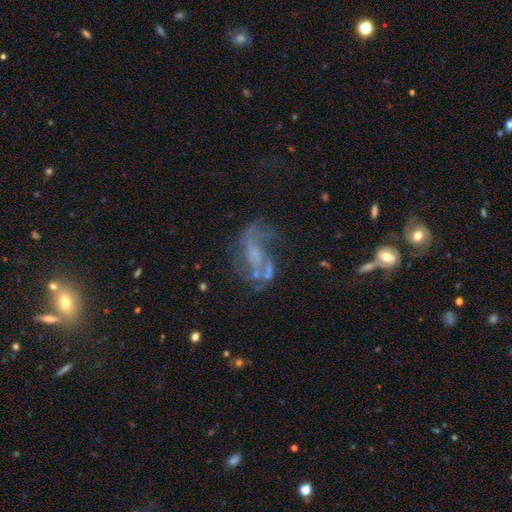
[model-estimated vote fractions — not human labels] Smooth or featured: featured or disk — 66% (smooth — 18%)
Edge-on disk: no — 96% (yes — 4%)
Bar: no — 59% (weak — 31%)
Spiral arms: yes — 62% (no — 38%)
Bulge size: none — 39% (small — 33%)
Merging: none — 38% (major disturbance — 30%)